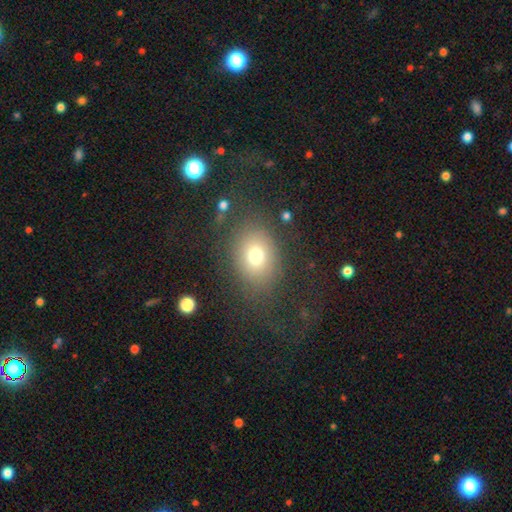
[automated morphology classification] type=smooth (72%); roundness=in between (53%); merging=none (76%).